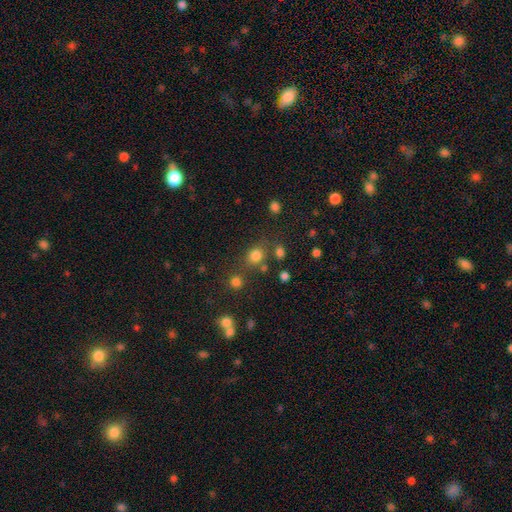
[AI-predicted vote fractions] Smooth or featured? smooth (78%)
How rounded? round (69%)
Merging? none (68%)